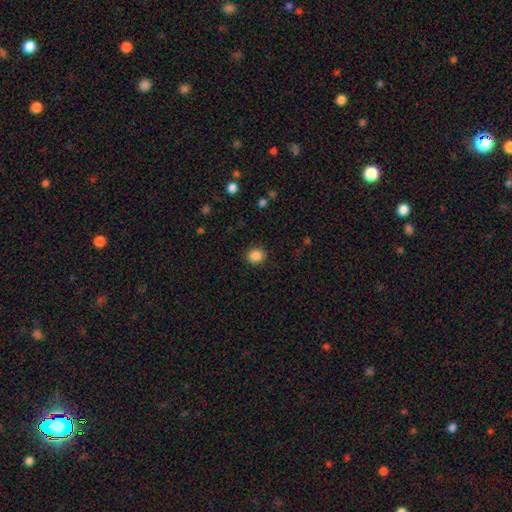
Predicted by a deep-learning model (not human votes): Overall: smooth (87%). How rounded: round (73%). Merging: none (89%).